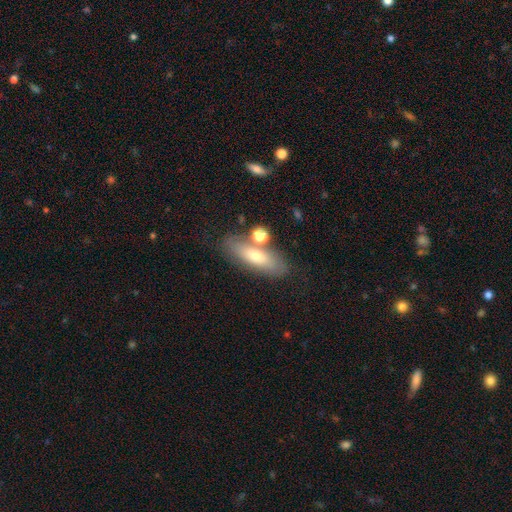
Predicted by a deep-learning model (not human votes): This appears to be a smooth galaxy with no disk features (60%) that is in between round and cigar-shaped (59%). Merging: none (69%).